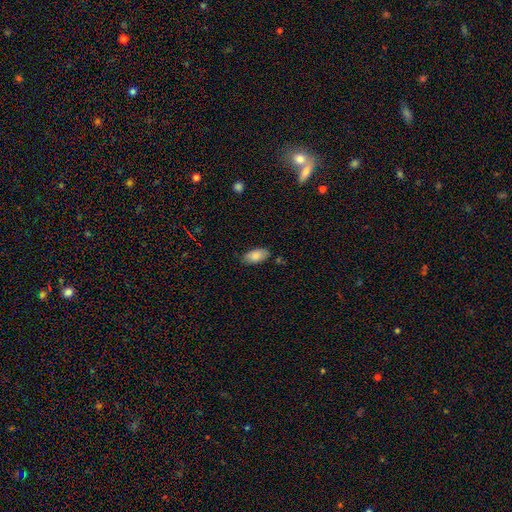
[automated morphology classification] Overall: smooth (83%). How rounded: in between (93%). Merging: none (80%).